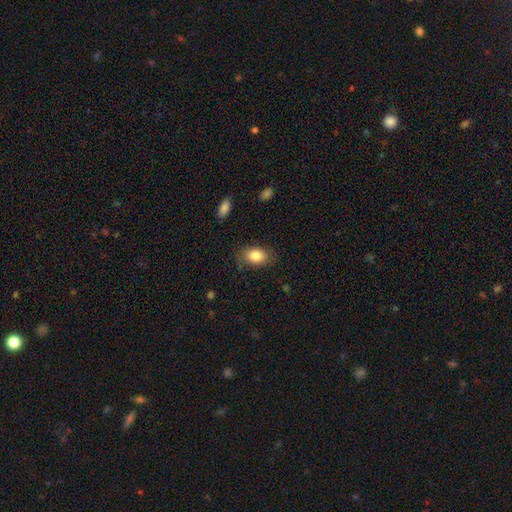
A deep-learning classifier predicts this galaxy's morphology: Overall: smooth (83%). How rounded: in between (83%). Merging: none (79%).